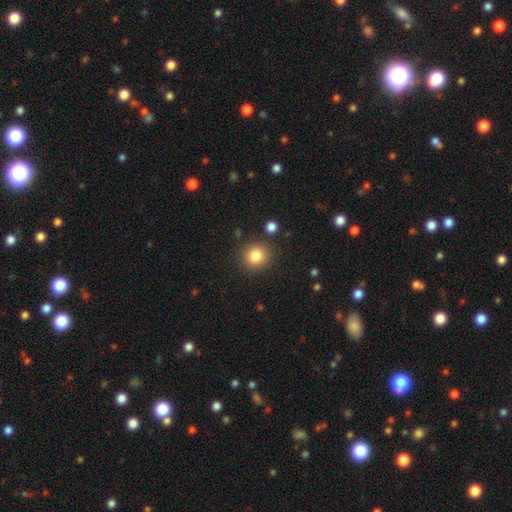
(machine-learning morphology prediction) Overall: smooth (84%). How rounded: round (87%). Merging: none (87%).